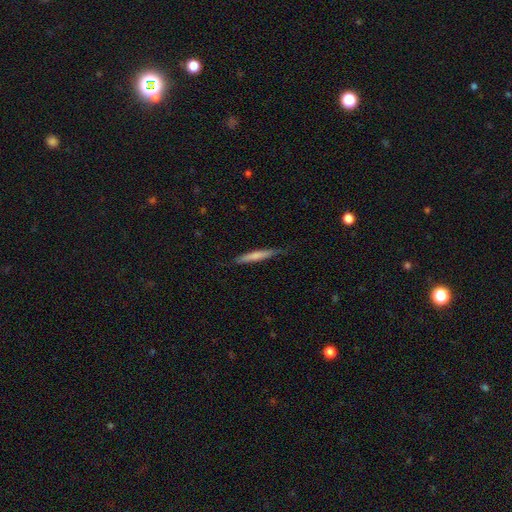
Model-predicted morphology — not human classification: type=smooth (65%); roundness=cigar-shaped (95%); merging=none (80%).